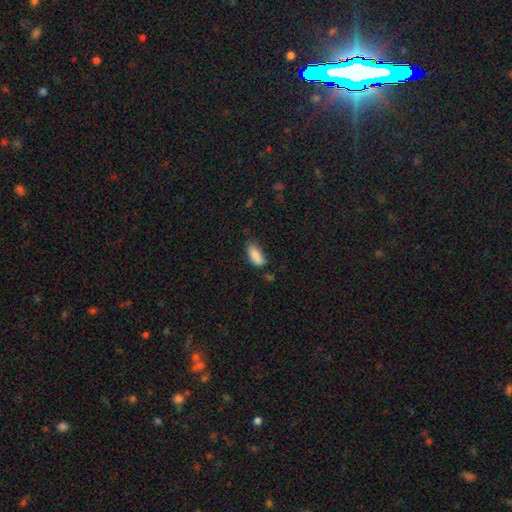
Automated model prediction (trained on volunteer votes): A smooth galaxy with no disk features (87%) that is in between round and cigar-shaped (81%).

Vote fractions:
- Smooth or featured? smooth: 87% / star or artifact: 8% / featured or disk: 5%
- How rounded? in between: 81% / cigar-shaped: 17% / round: 2%
- Merging? none: 61% / minor disturbance: 29% / major disturbance: 6% / merger: 3%